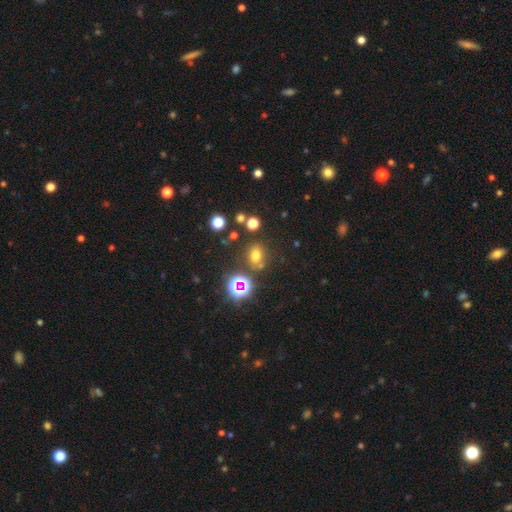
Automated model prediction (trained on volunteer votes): This appears to be a smooth galaxy with no disk features (65%) that is round (57%). Merging: none (74%).